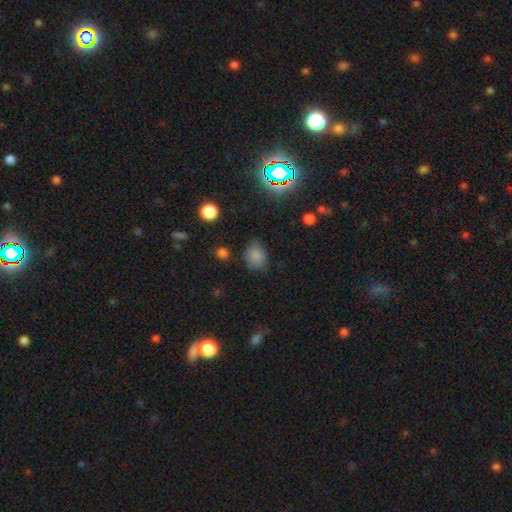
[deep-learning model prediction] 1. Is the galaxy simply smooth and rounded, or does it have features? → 80% smooth, 14% star or artifact, 7% featured or disk.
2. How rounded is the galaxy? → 51% round, 48% in between, 1% cigar-shaped.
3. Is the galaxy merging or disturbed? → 68% none, 23% minor disturbance, 6% major disturbance, 3% merger.